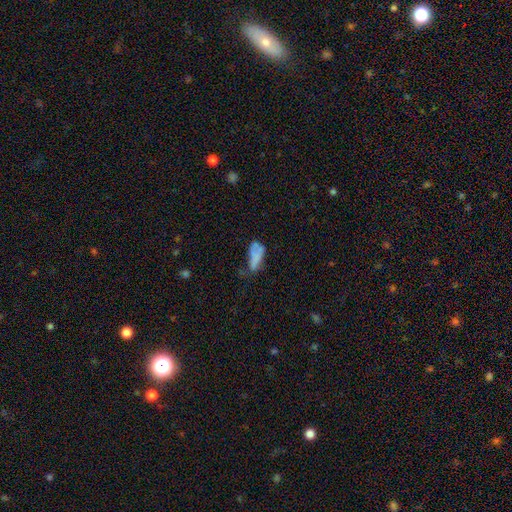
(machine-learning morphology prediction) Smooth or featured?
  - smooth: 66% *
  - featured or disk: 21%
  - star or artifact: 12%
How rounded?
  - in between: 81% *
  - cigar-shaped: 15%
  - round: 4%
Merging?
  - major disturbance: 35% *
  - minor disturbance: 30%
  - none: 26%
  - merger: 10%